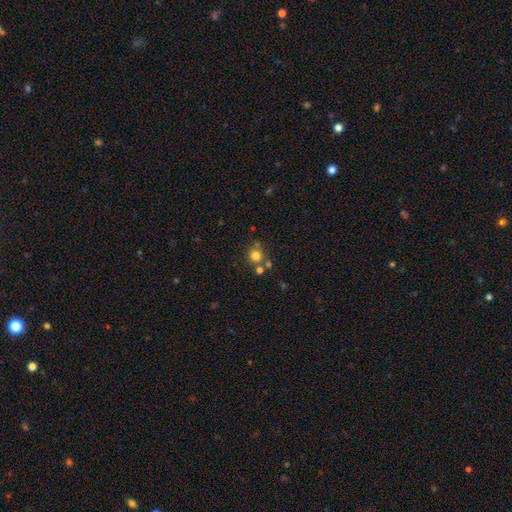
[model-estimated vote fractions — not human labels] Smooth or featured: smooth — 77% (star or artifact — 15%)
How rounded: round — 90% (in between — 9%)
Merging: none — 66% (merger — 19%)